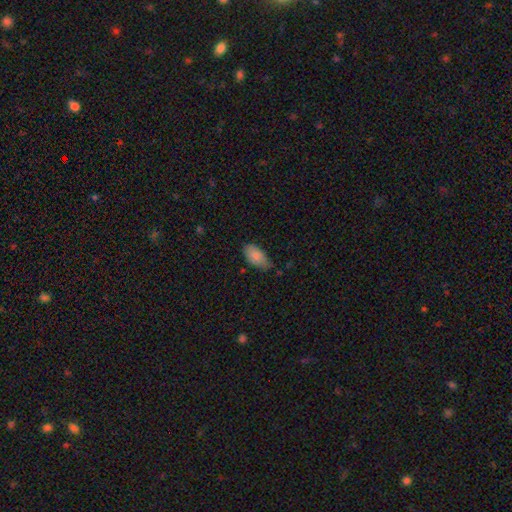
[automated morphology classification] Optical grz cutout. It shows a smooth galaxy with no disk features (86%) that is in between round and cigar-shaped (94%). Merging: none (60%).